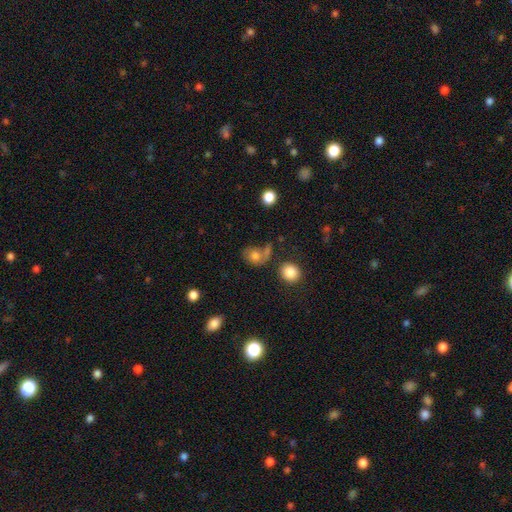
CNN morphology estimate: Smooth or featured? smooth (70%)
How rounded? round (56%)
Merging? none (44%)